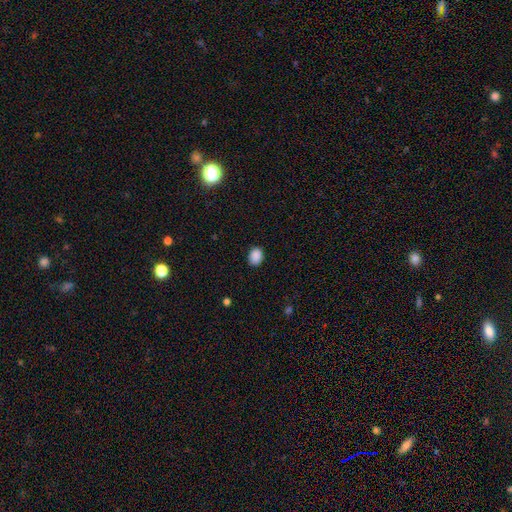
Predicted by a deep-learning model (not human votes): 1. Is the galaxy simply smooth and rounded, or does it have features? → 88% smooth, 9% star or artifact, 3% featured or disk.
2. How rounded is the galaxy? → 64% in between, 35% round, 1% cigar-shaped.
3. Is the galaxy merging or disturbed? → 85% none, 11% minor disturbance, 2% major disturbance, 1% merger.